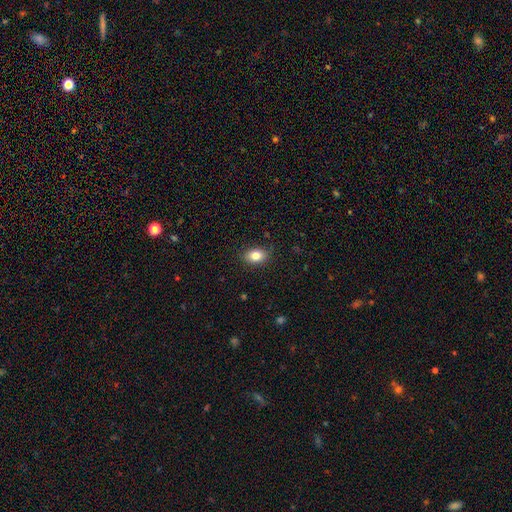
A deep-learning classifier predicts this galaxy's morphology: This is clearly a smooth galaxy (82%). How rounded: likely in between (79%). Merging: clearly none (86%).